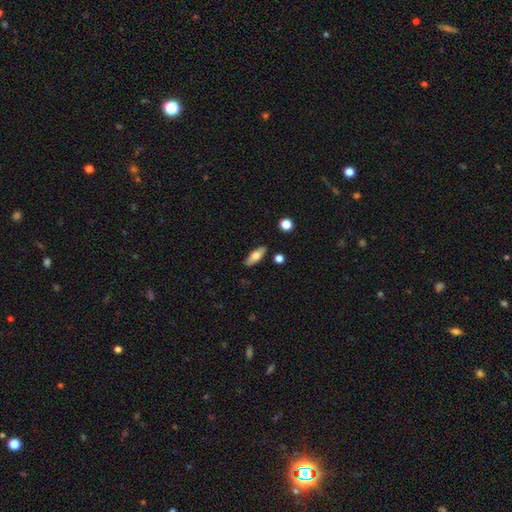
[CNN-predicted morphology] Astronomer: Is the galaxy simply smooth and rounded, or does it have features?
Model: smooth — 70%.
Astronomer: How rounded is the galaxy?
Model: in between — 69%.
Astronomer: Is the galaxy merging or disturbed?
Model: none — 85%.